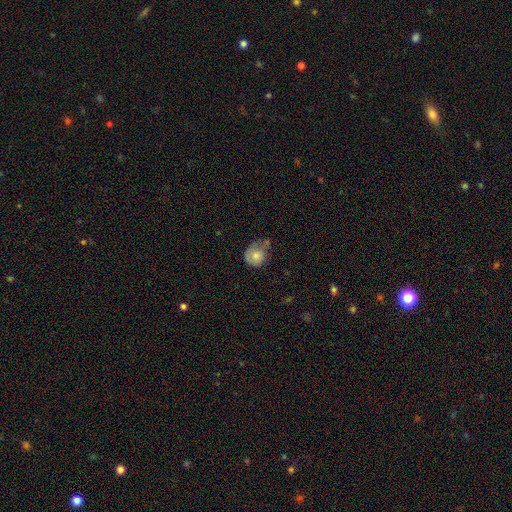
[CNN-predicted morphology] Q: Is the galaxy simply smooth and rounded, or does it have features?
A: smooth — 71%.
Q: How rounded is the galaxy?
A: round — 72%.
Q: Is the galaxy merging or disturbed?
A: none — 37%.